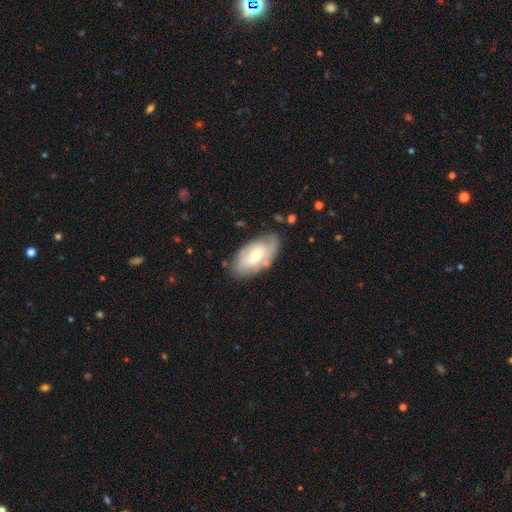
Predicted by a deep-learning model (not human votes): Smooth or featured? featured or disk (49%)
Merging? none (71%)